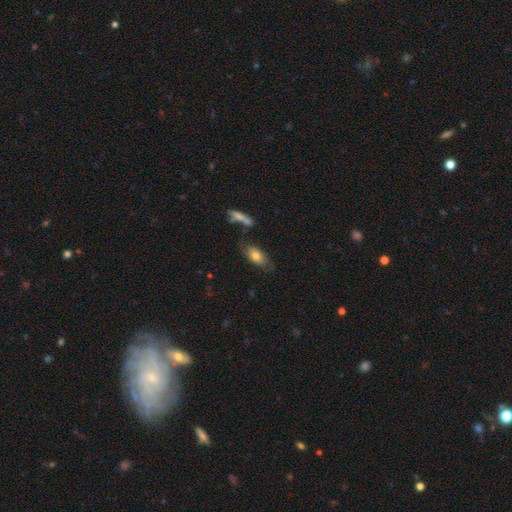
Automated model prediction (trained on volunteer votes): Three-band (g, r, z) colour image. It shows a smooth galaxy with no disk features (69%) that is in between round and cigar-shaped (83%). Merging: none (67%).